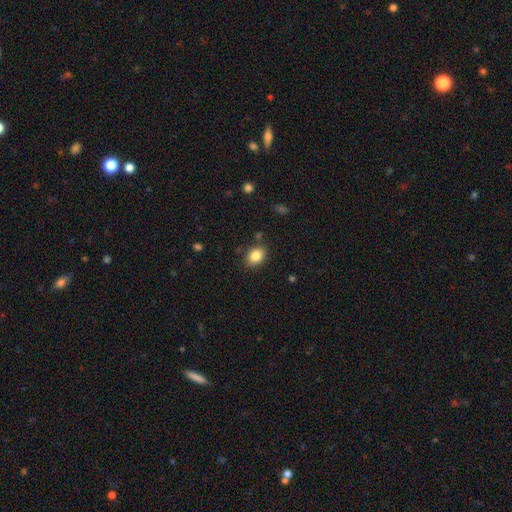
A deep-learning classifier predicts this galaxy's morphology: Smooth or featured? smooth (85%)
How rounded? in between (62%)
Merging? none (84%)